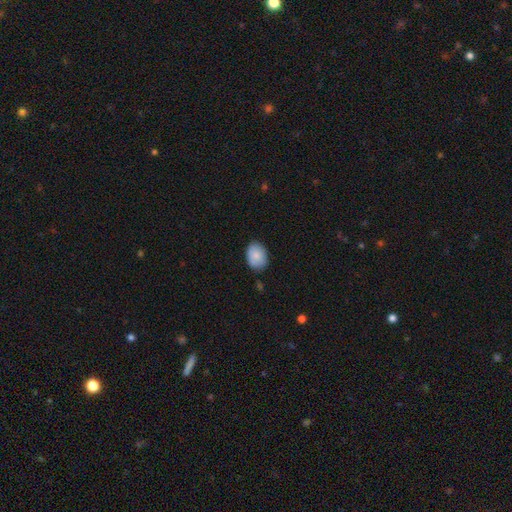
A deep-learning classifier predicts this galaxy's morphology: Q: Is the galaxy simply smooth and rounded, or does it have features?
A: smooth — 85%.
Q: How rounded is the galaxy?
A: in between — 76%.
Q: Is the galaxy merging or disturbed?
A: none — 81%.